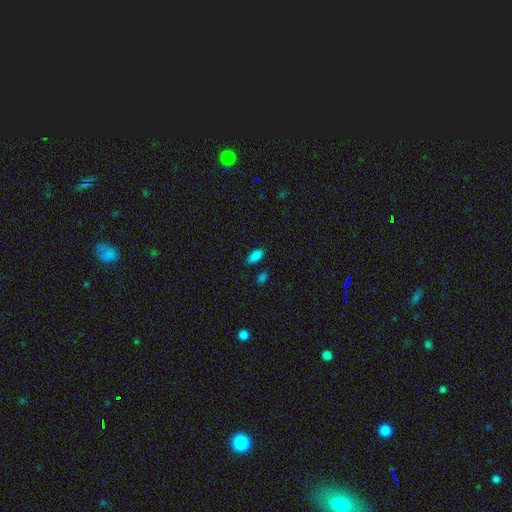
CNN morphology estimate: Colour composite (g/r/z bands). It shows a smooth galaxy with no disk features (84%) that is in between round and cigar-shaped (91%). Merging: none (77%).